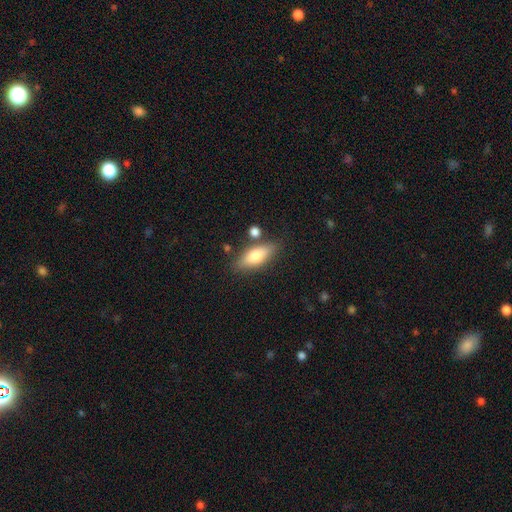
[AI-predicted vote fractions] This appears to be a smooth galaxy with no disk features (70%) that is in between round and cigar-shaped (70%). Merging: none (77%).